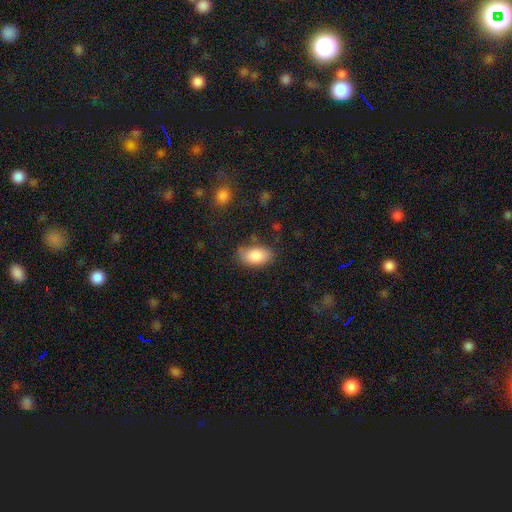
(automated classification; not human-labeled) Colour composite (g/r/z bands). It shows a smooth galaxy with no disk features (86%) that is in between round and cigar-shaped (92%). Merging: none (72%).